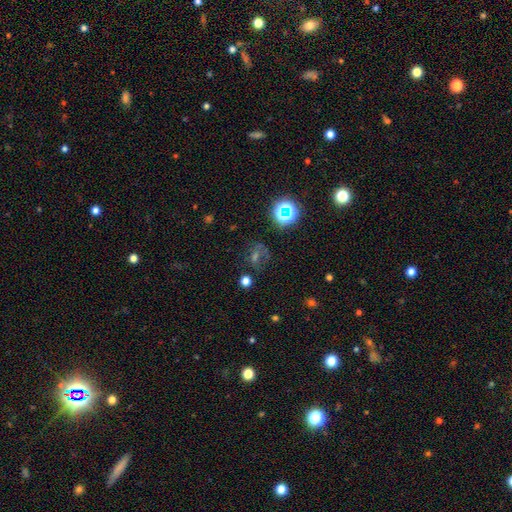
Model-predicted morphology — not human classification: A star or artifact, not a galaxy (48%).

Vote fractions:
- Smooth or featured? star or artifact: 48% / smooth: 28% / featured or disk: 24%